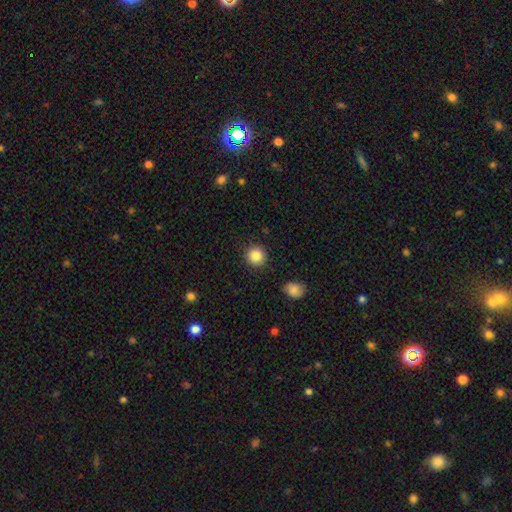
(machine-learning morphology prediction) smooth_or_featured: smooth (p=0.86) [alt: star or artifact p=0.09]
how_rounded: round (p=0.93) [alt: in between p=0.06]
merging: none (p=0.90) [alt: minor disturbance p=0.06]